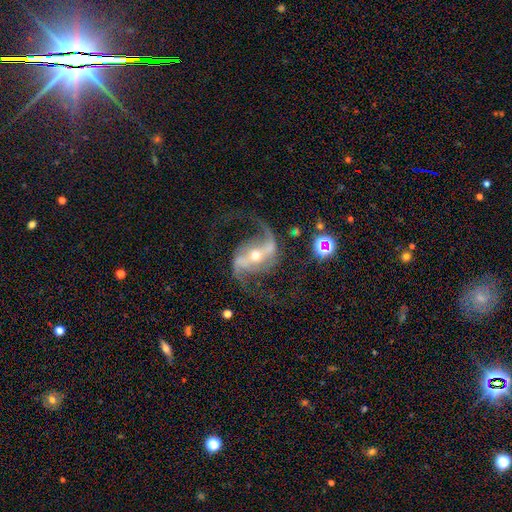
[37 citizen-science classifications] Morphology: type=featured or disk (92%); edge-on=no (97%); bar=strong (61%); spiral arms=yes (97%); winding=loose (69%); arm count=2 (100%); bulge=small (55%); merging=none (69%).